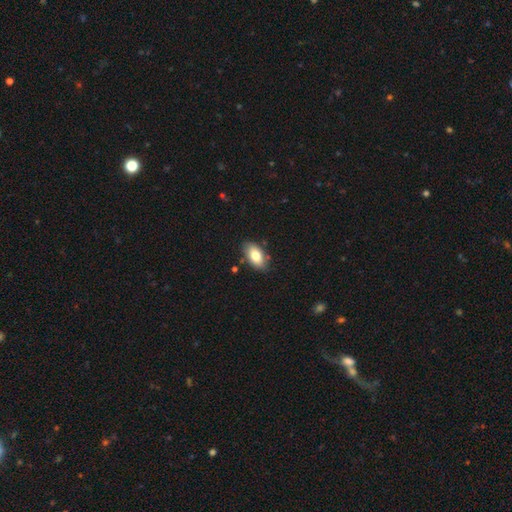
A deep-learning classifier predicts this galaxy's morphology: The model was most divided on "smooth or featured": smooth: 78%, featured or disk: 15%, star or artifact: 7%. More confident: how rounded — in between (93%); merging — none (83%).